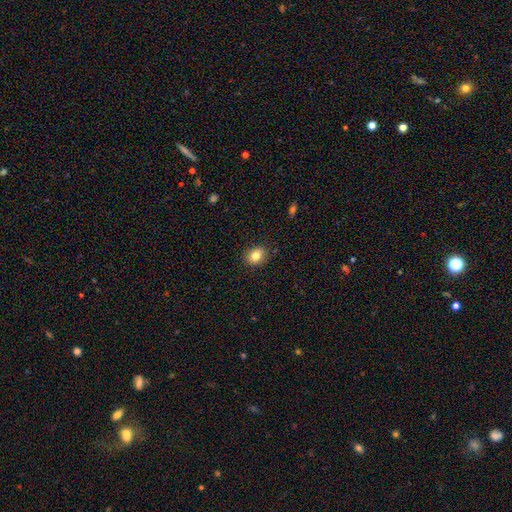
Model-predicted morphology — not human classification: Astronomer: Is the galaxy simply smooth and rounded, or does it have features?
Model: smooth — 83%.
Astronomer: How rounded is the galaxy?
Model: in between — 61% (runner-up: round, 38%).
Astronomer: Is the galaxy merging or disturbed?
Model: none — 87%.